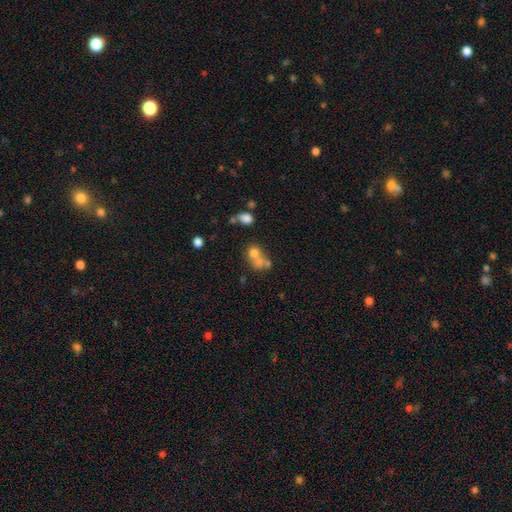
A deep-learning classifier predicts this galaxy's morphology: Smooth or featured? Predicted: smooth (p=0.65). How rounded? Predicted: round (p=0.62). Merging? Predicted: merger (p=0.58).